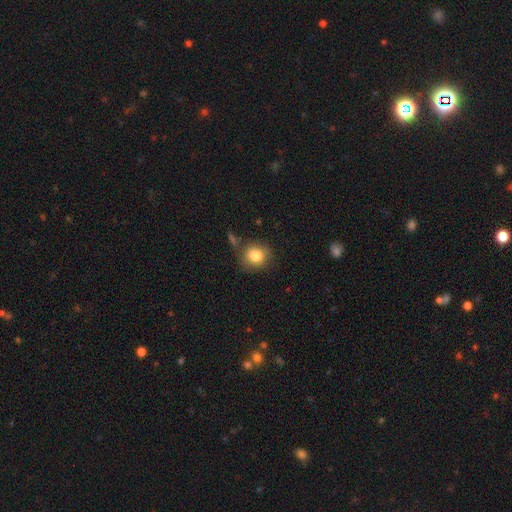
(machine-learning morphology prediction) Smooth or featured? Predicted: smooth (p=0.81). How rounded? Predicted: round (p=0.83). Merging? Predicted: none (p=0.75).